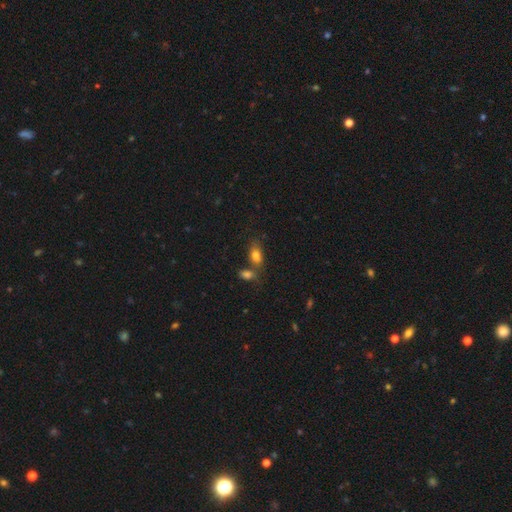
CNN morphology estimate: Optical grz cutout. It shows a smooth galaxy with no disk features (79%) that is in between round and cigar-shaped (87%). Merging: none (49%).